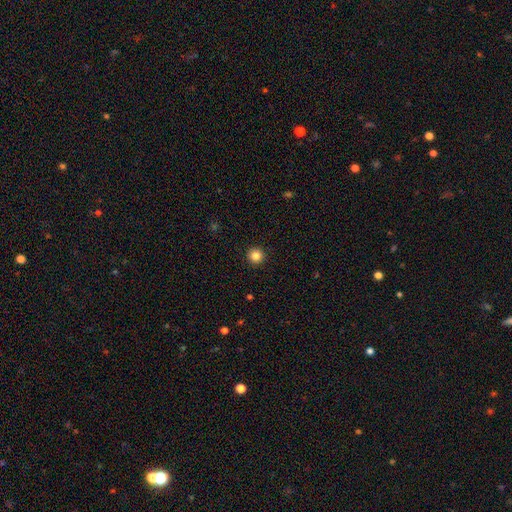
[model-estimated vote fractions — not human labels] Smooth or featured? Predicted: smooth (p=0.85). How rounded? Predicted: round (p=0.96). Merging? Predicted: none (p=0.93).